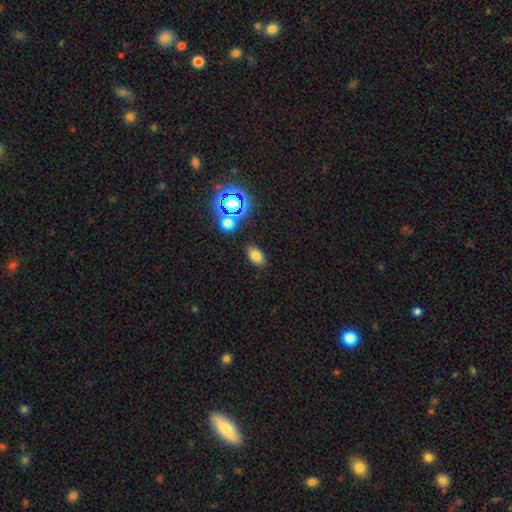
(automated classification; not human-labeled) Smooth or featured?
  - smooth: 73% *
  - star or artifact: 17%
  - featured or disk: 9%
How rounded?
  - in between: 88% *
  - round: 10%
  - cigar-shaped: 2%
Merging?
  - none: 84% *
  - minor disturbance: 10%
  - merger: 3%
  - major disturbance: 3%